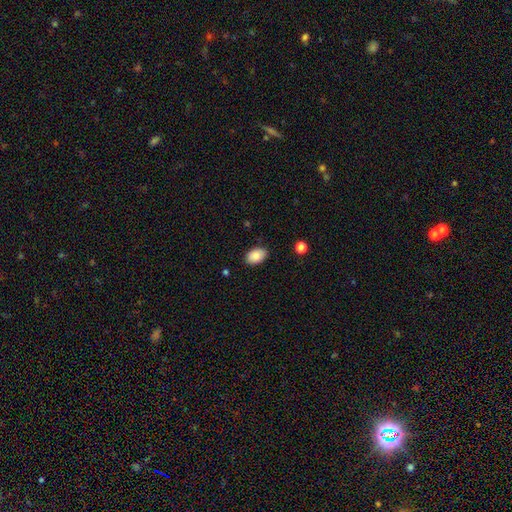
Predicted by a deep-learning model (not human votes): Smooth or featured? smooth (86%)
How rounded? in between (89%)
Merging? none (85%)